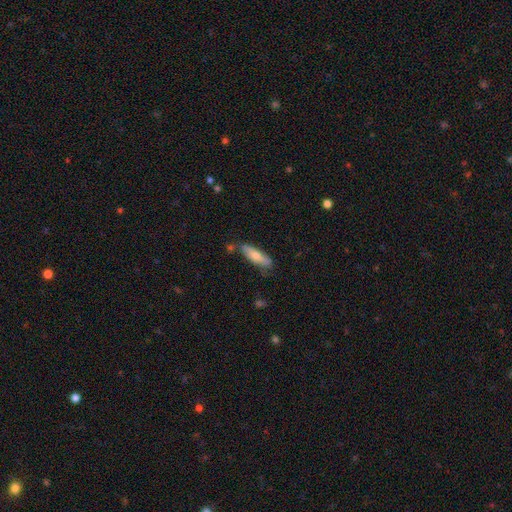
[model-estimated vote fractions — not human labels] Smooth or featured? Predicted: smooth (p=0.70). How rounded? Predicted: cigar-shaped (p=0.62). Merging? Predicted: none (p=0.67).